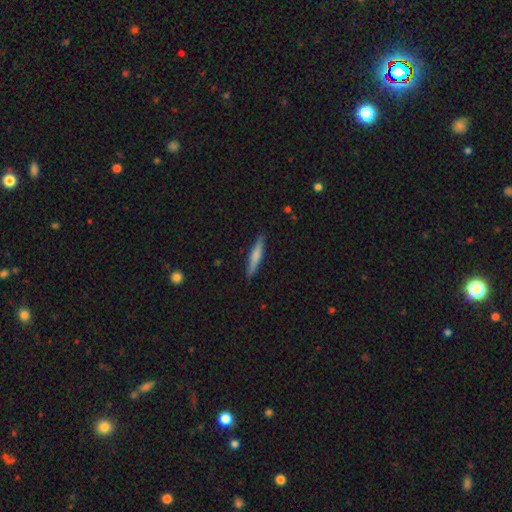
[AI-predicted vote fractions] This is likely a smooth galaxy (64%). How rounded: clearly cigar-shaped (91%). Merging: clearly none (90%).